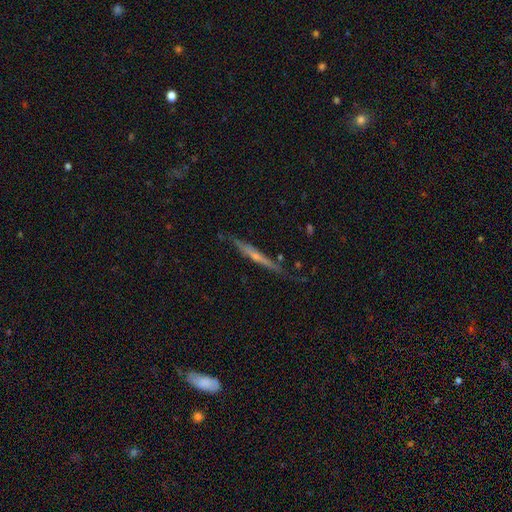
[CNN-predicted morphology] Smooth or featured: featured or disk — 68% (smooth — 26%)
Edge-on disk: yes — 96% (no — 4%)
Edge-on bulge: rounded — 52% (none — 42%)
Merging: none — 79% (minor disturbance — 16%)